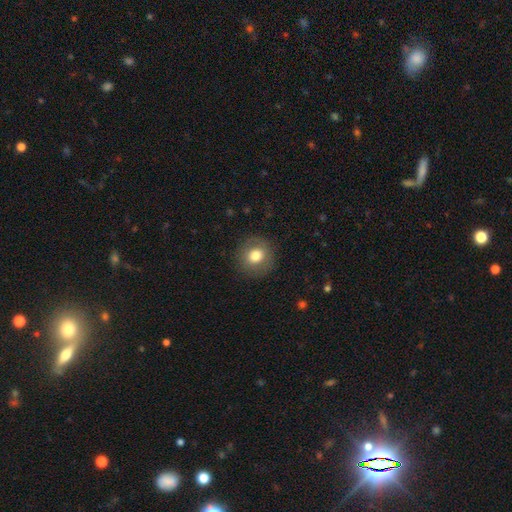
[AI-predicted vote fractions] Morphology: type=smooth (75%); roundness=round (89%); merging=none (87%).